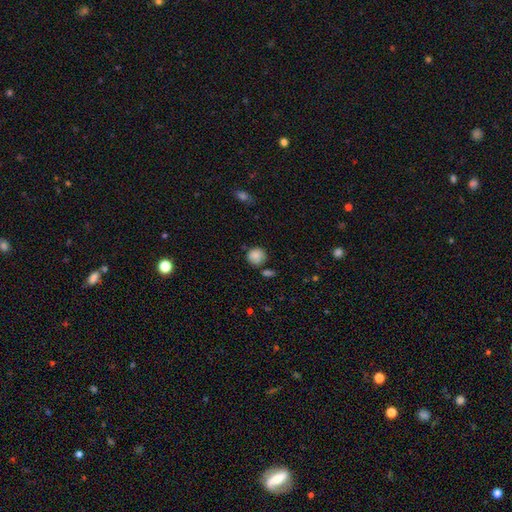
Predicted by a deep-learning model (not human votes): smooth_or_featured: smooth (p=0.85) [alt: star or artifact p=0.09]
how_rounded: round (p=0.87) [alt: in between p=0.12]
merging: none (p=0.67) [alt: minor disturbance p=0.19]